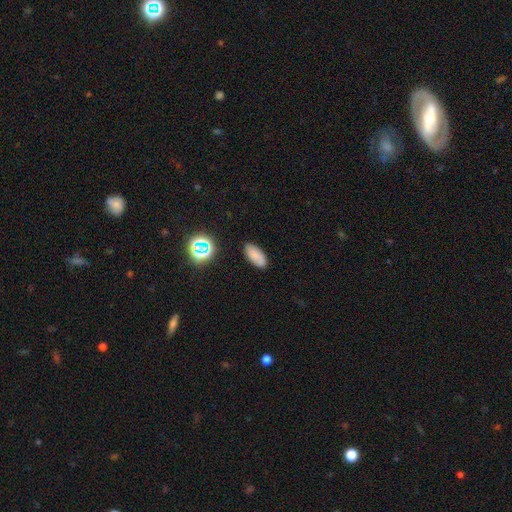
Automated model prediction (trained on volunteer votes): A smooth galaxy with no disk features (75%) that is in between round and cigar-shaped (88%).

Vote fractions:
- Smooth or featured? smooth: 75% / star or artifact: 14% / featured or disk: 11%
- How rounded? in between: 88% / cigar-shaped: 8% / round: 4%
- Merging? none: 83% / minor disturbance: 12% / major disturbance: 3% / merger: 2%